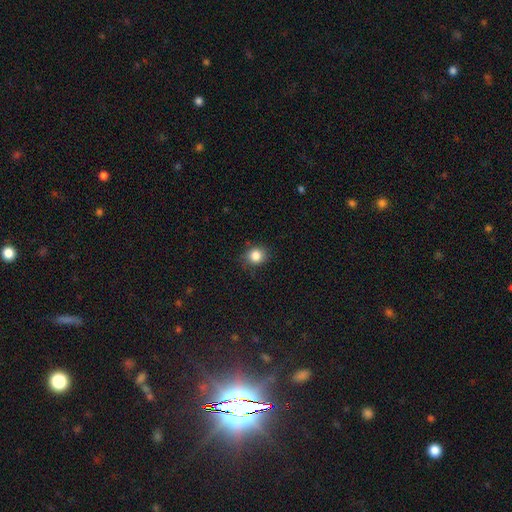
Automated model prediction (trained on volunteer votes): Smooth or featured?
  - smooth: 84% *
  - star or artifact: 11%
  - featured or disk: 5%
How rounded?
  - round: 79% *
  - in between: 20%
  - cigar-shaped: 1%
Merging?
  - none: 79% *
  - minor disturbance: 16%
  - major disturbance: 4%
  - merger: 1%